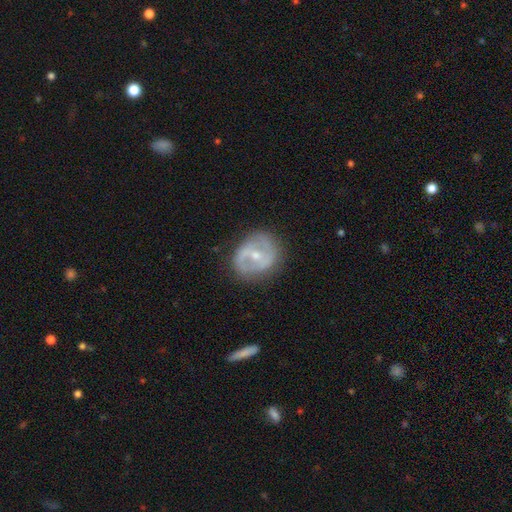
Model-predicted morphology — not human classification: Smooth or featured?
  - featured or disk: 71% *
  - smooth: 22%
  - star or artifact: 6%
Edge-on disk?
  - no: 96% *
  - yes: 4%
Bar?
  - weak: 42% *
  - strong: 32%
  - no: 26%
Spiral arms?
  - yes: 57% *
  - no: 43%
Bulge size?
  - small: 49% *
  - moderate: 48%
  - large: 2%
  - none: 1%
  - dominant: 1%
Merging?
  - none: 75% *
  - minor disturbance: 17%
  - major disturbance: 7%
  - merger: 1%